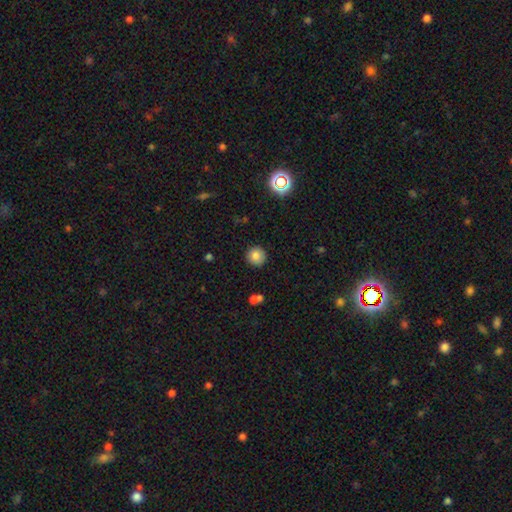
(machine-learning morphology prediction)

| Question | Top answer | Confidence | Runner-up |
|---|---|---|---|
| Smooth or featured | smooth | 81% | star or artifact (11%) |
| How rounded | round | 94% | in between (5%) |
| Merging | none | 90% | minor disturbance (7%) |